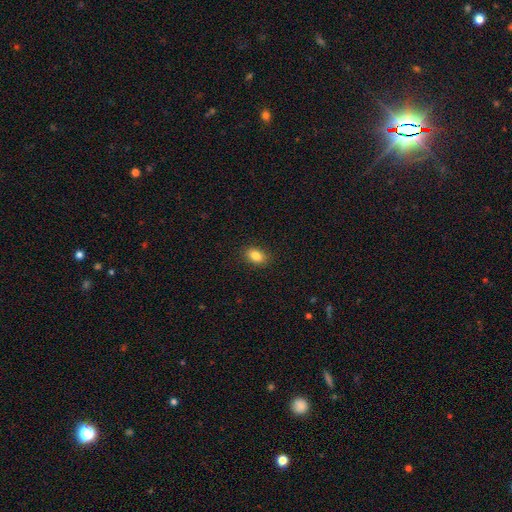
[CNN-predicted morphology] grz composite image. It shows a smooth galaxy with no disk features (85%) that is in between round and cigar-shaped (82%). Merging: none (89%).